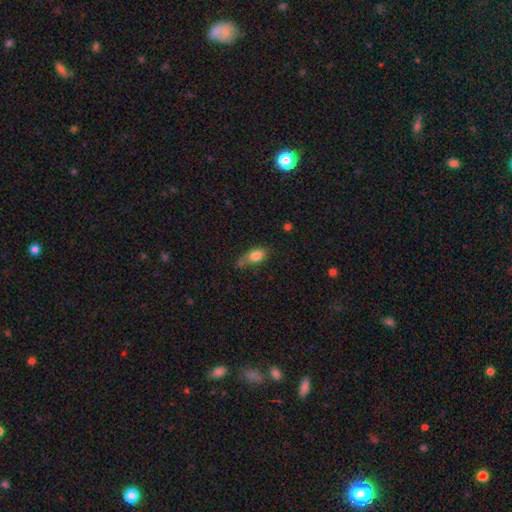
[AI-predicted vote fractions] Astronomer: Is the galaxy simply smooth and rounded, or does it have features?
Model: smooth — 77%.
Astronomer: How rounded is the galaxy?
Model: in between — 79%.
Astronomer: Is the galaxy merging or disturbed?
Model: none — 45% (runner-up: minor disturbance, 32%).